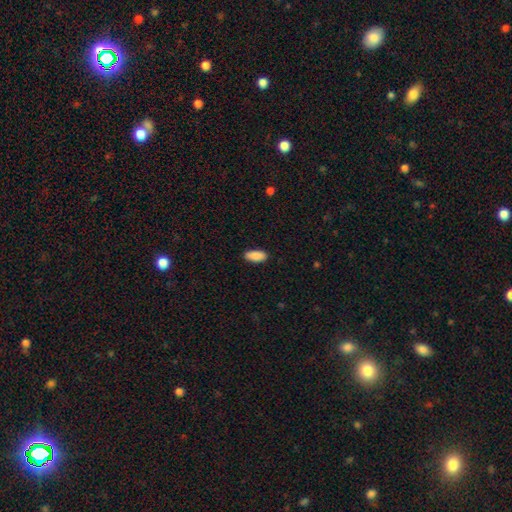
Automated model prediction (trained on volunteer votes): Smooth or featured? Predicted: smooth (p=0.90). How rounded? Predicted: in between (p=0.88). Merging? Predicted: none (p=0.88).